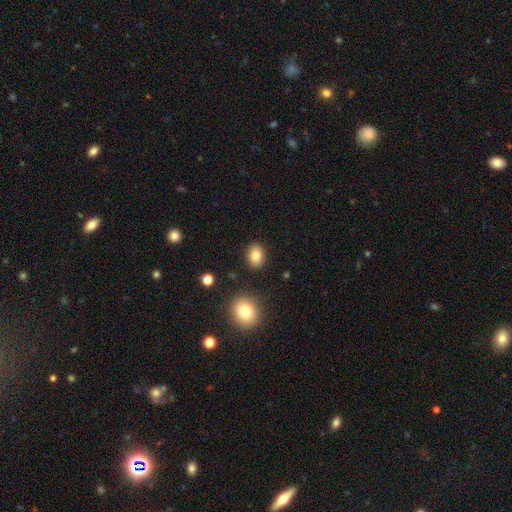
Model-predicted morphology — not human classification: A smooth galaxy with no disk features (82%) that is in between round and cigar-shaped (55%).

Vote fractions:
- Smooth or featured? smooth: 82% / star or artifact: 10% / featured or disk: 8%
- How rounded? in between: 55% / round: 44% / cigar-shaped: 1%
- Merging? none: 87% / minor disturbance: 8% / major disturbance: 2% / merger: 2%